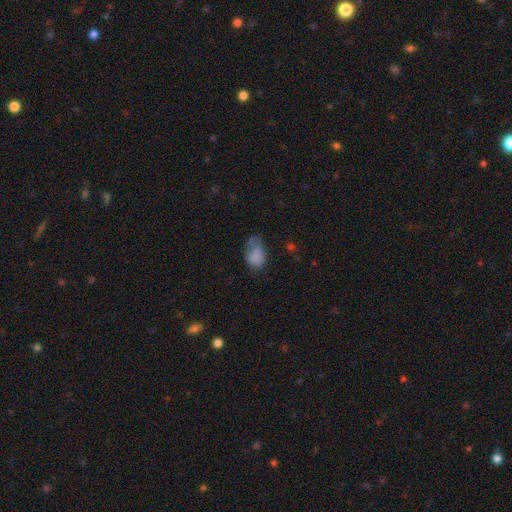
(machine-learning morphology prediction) type=smooth (78%); roundness=in between (84%); merging=minor disturbance (35%).